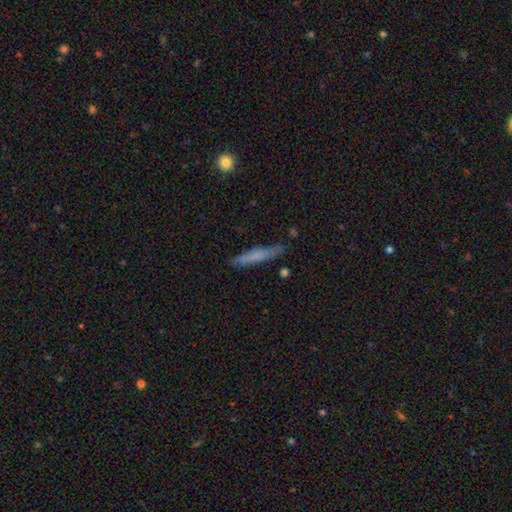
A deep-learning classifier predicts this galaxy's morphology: A smooth galaxy with no disk features (66%) that is cigar-shaped (94%).

Vote fractions:
- Smooth or featured? smooth: 66% / featured or disk: 27% / star or artifact: 6%
- How rounded? cigar-shaped: 94% / in between: 5% / round: 1%
- Merging? none: 83% / minor disturbance: 12% / major disturbance: 2% / merger: 2%